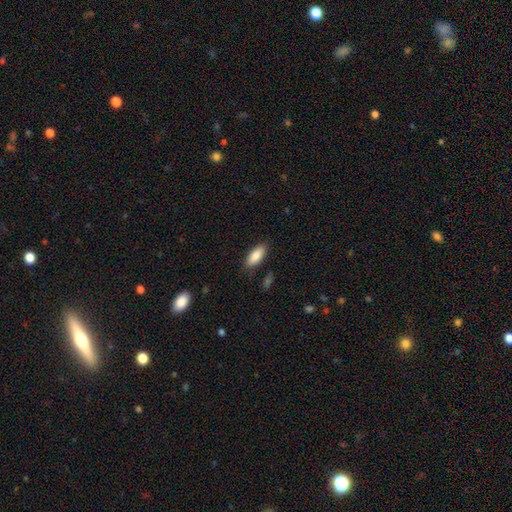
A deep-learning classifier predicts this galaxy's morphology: smooth 86%, featured or disk 8%, star or artifact 6%. Down the decision tree: how rounded — in between (79%); merging — none (83%).